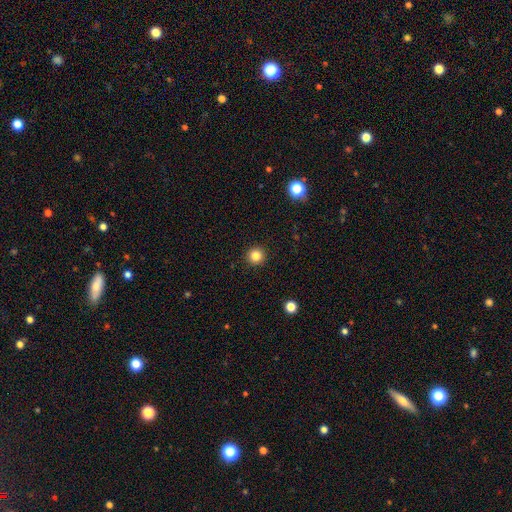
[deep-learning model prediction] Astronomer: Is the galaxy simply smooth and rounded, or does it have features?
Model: smooth — 84%.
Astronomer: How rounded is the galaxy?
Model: round — 95%.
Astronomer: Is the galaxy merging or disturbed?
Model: none — 93%.